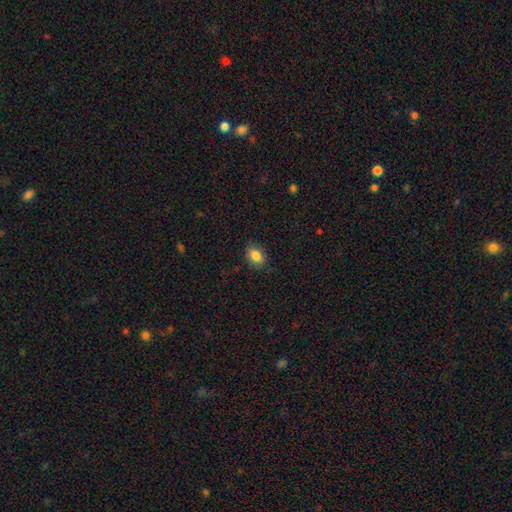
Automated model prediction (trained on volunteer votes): Smooth or featured? smooth (84%)
How rounded? in between (79%)
Merging? none (84%)